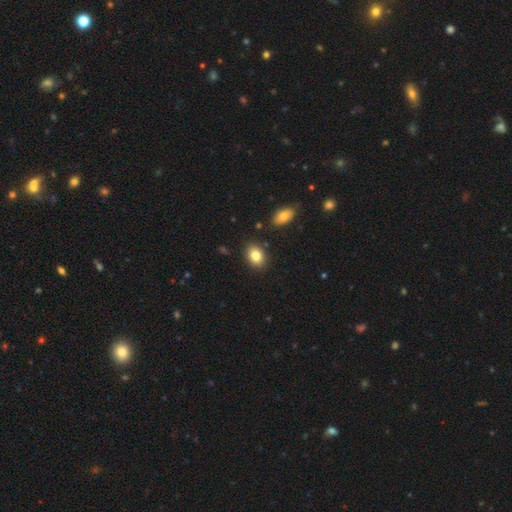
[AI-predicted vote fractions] smooth 84%, star or artifact 8%, featured or disk 8%. Down the decision tree: how rounded — in between (69%); merging — none (86%).